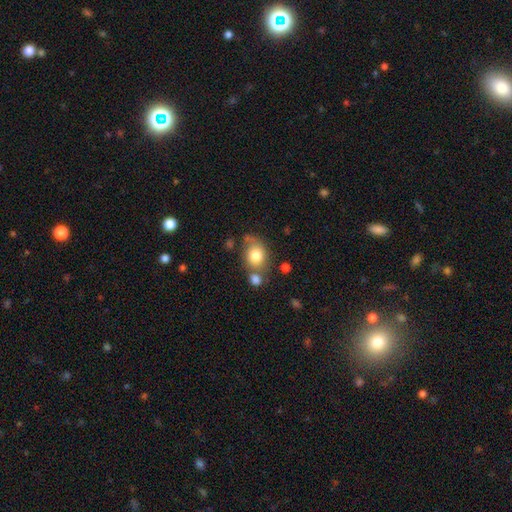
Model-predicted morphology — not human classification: Smooth or featured?
  - smooth: 78% *
  - featured or disk: 13%
  - star or artifact: 9%
How rounded?
  - in between: 50% *
  - round: 49%
  - cigar-shaped: 1%
Merging?
  - none: 52% *
  - merger: 21%
  - minor disturbance: 19%
  - major disturbance: 7%